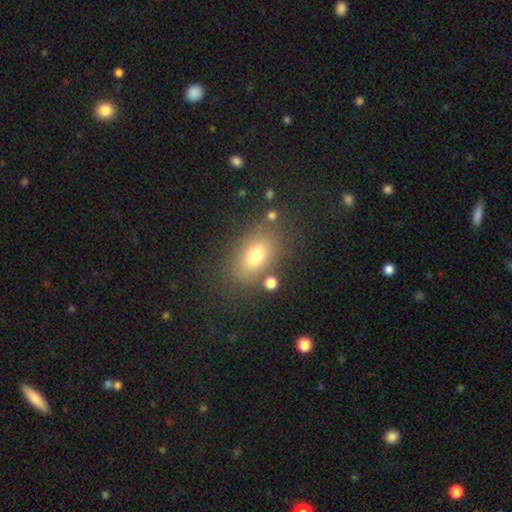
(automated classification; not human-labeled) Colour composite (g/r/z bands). It shows a smooth galaxy with no disk features (74%) that is in between round and cigar-shaped (84%). Merging: none (79%).